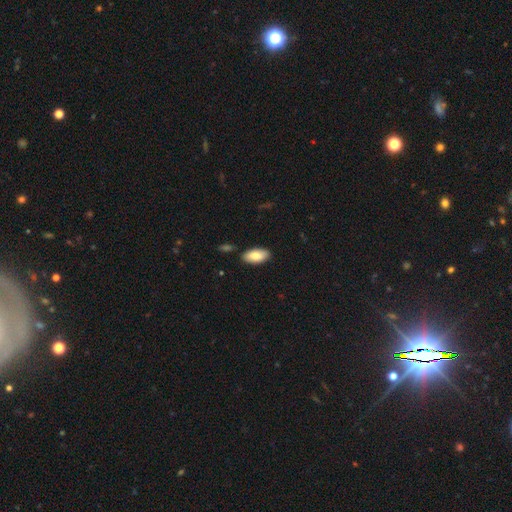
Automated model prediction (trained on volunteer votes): Q: Smooth or featured?
A: smooth (81%); runner-up: featured or disk (13%)
Q: How rounded?
A: in between (92%); runner-up: cigar-shaped (6%)
Q: Merging?
A: none (87%); runner-up: minor disturbance (10%)